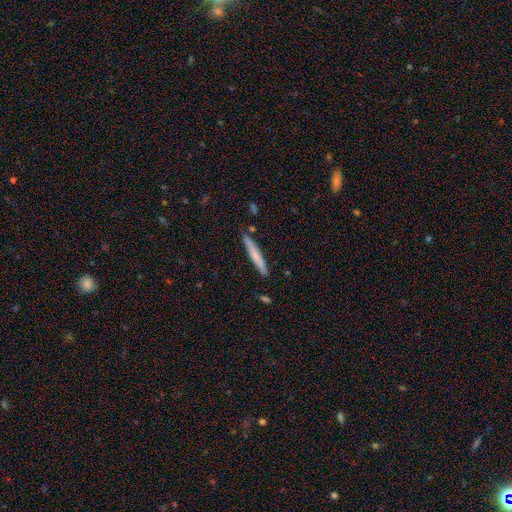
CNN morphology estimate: Smooth or featured? Predicted: smooth (p=0.67). How rounded? Predicted: cigar-shaped (p=0.95). Merging? Predicted: none (p=0.86).